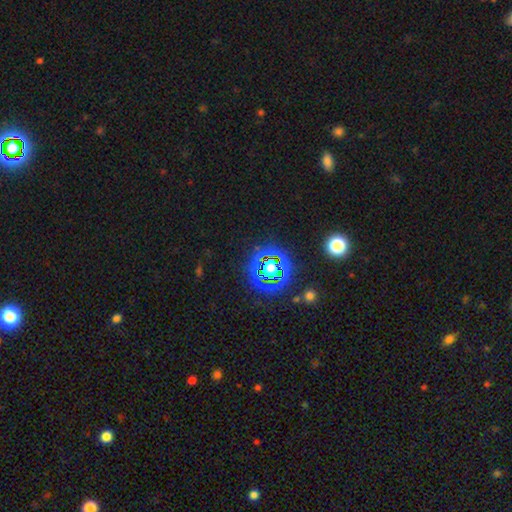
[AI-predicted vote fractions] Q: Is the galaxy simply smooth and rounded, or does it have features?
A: star or artifact — 71%.